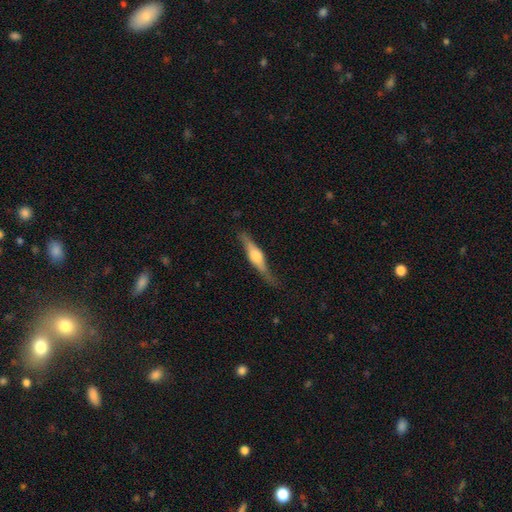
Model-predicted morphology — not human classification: type=featured or disk (66%); edge-on=yes (95%); edge-on bulge=rounded (86%); merging=none (76%).